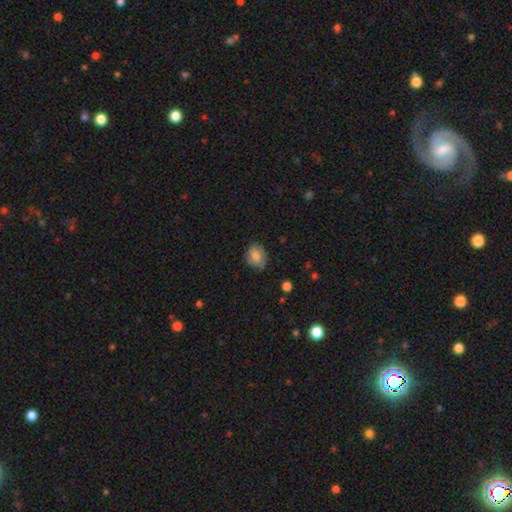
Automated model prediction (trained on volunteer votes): Morphology: type=smooth (75%); roundness=in between (57%); merging=none (74%).